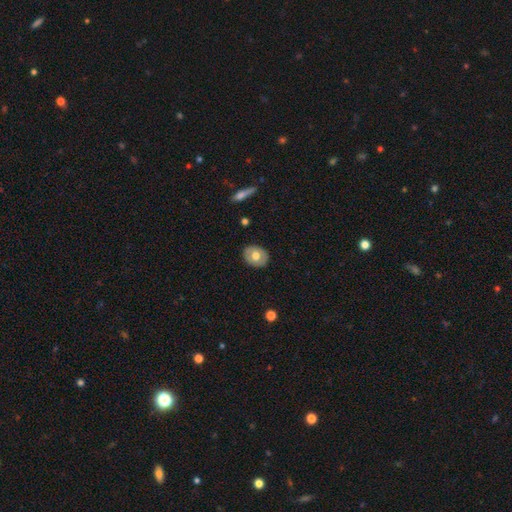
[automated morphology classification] Smooth or featured? Predicted: smooth (p=0.60). How rounded? Predicted: in between (p=0.50). Merging? Predicted: none (p=0.88).